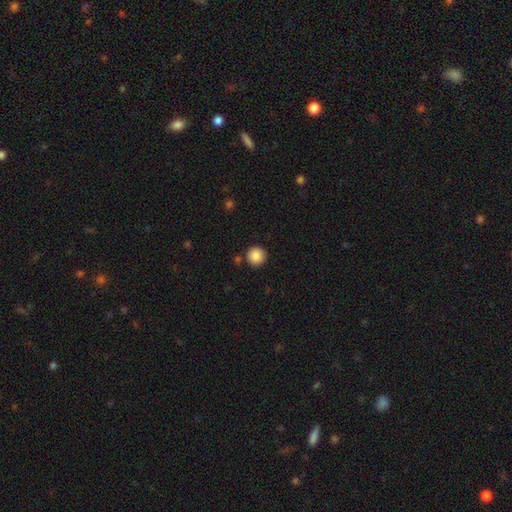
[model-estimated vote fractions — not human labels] Morphology: type=smooth (87%); roundness=round (95%); merging=none (87%).